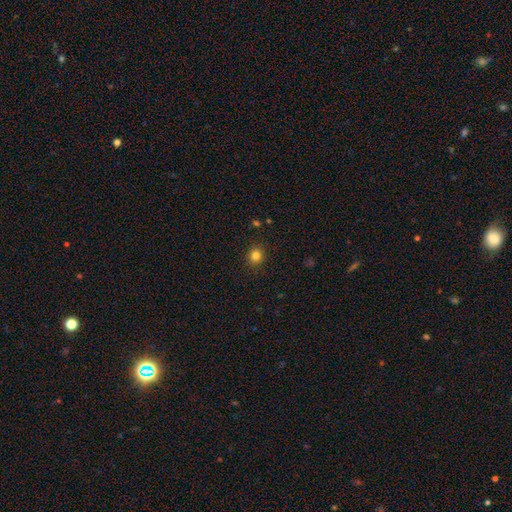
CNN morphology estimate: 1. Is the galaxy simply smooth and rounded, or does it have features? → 82% smooth, 13% star or artifact, 5% featured or disk.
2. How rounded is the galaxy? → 86% round, 13% in between, 1% cigar-shaped.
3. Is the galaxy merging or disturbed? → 91% none, 6% minor disturbance, 2% major disturbance, 1% merger.